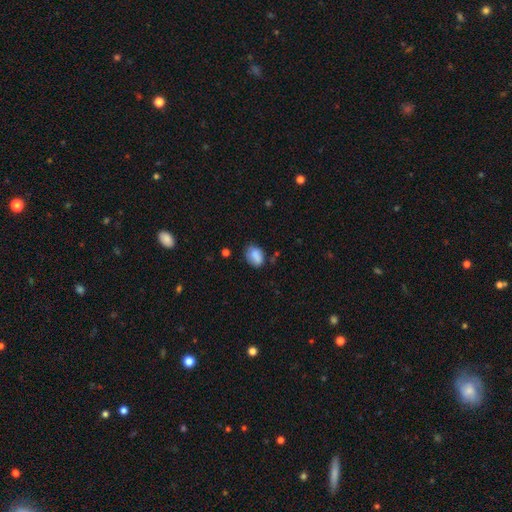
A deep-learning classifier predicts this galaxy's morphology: A smooth galaxy with no disk features (81%) that is in between round and cigar-shaped (73%). Merging: none (62%).